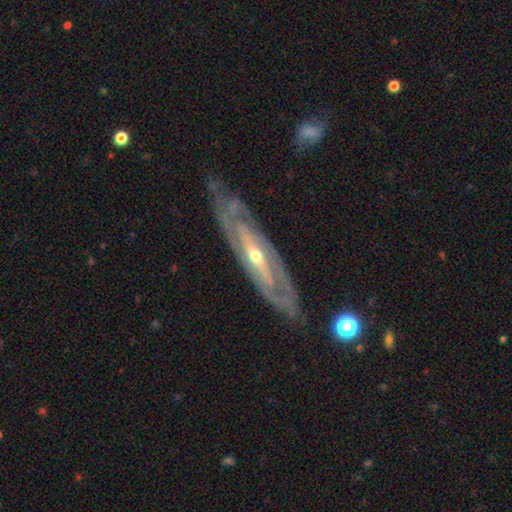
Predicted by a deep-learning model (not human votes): Overall: featured or disk (86%). Edge-on disk: no (75%). Bar: no (46%; weak 30%). Spiral arms: yes (88%). Spiral arm count: 2 (56%; can't tell 28%). Spiral winding: tight (58%; medium 32%). Bulge size: small (50%; moderate 46%). Merging: none (73%).